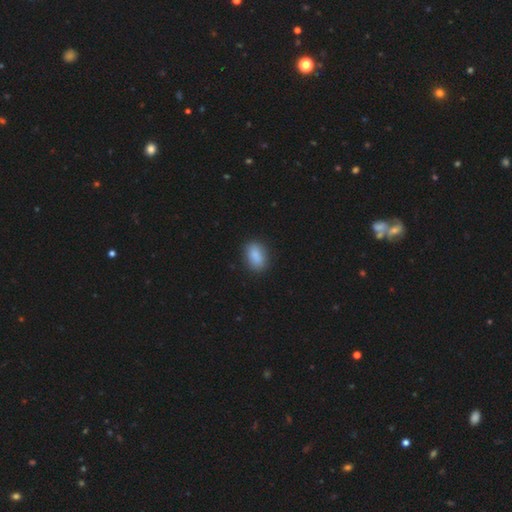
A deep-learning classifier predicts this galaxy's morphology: Overall: smooth (87%). How rounded: in between (84%). Merging: none (85%).